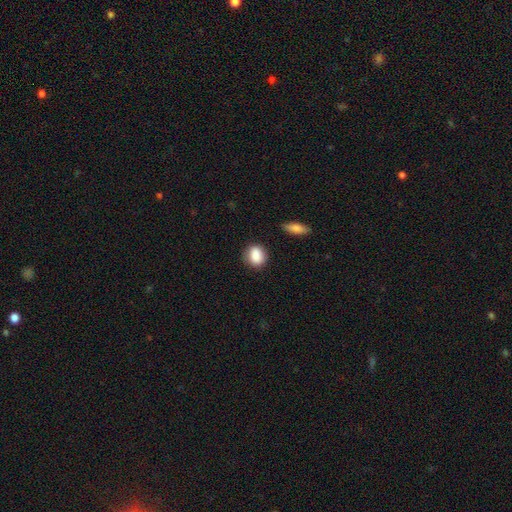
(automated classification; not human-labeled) smooth 85%, star or artifact 8%, featured or disk 7%. Down the decision tree: how rounded — round (54%); merging — none (81%).